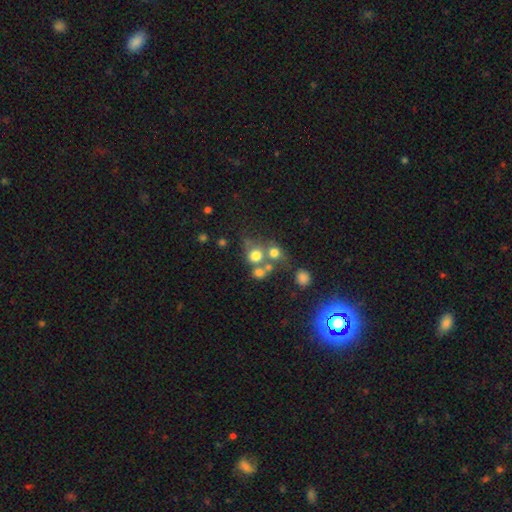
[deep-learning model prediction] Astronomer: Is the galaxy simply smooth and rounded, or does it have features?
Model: smooth — 69%.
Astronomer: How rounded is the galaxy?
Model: round — 82%.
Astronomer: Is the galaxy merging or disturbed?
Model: none — 45% (runner-up: merger, 38%).